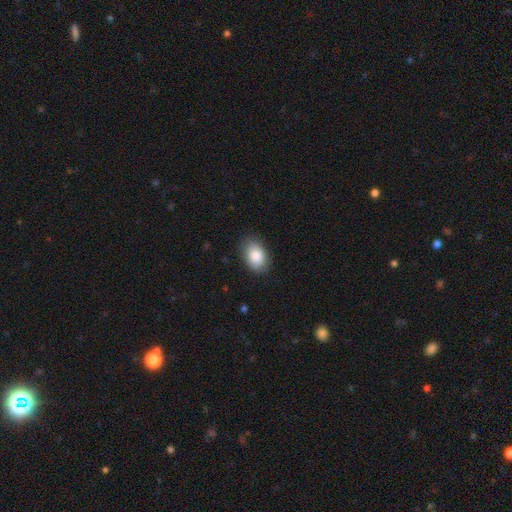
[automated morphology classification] This is clearly a smooth galaxy (86%). How rounded: clearly in between (85%). Merging: clearly none (83%).